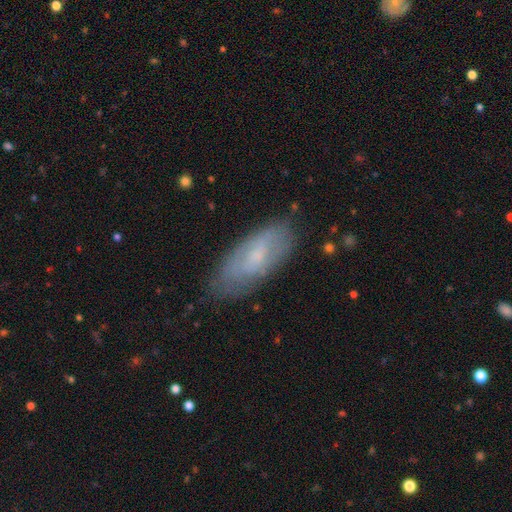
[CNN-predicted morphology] A smooth galaxy with no disk features (56%) that is in between round and cigar-shaped (76%). Merging: none (76%).